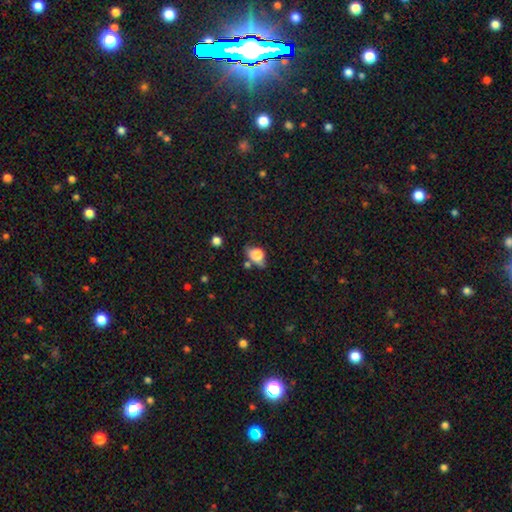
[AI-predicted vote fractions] A smooth galaxy with no disk features (69%) that is in between round and cigar-shaped (75%). Merging: none (48%).